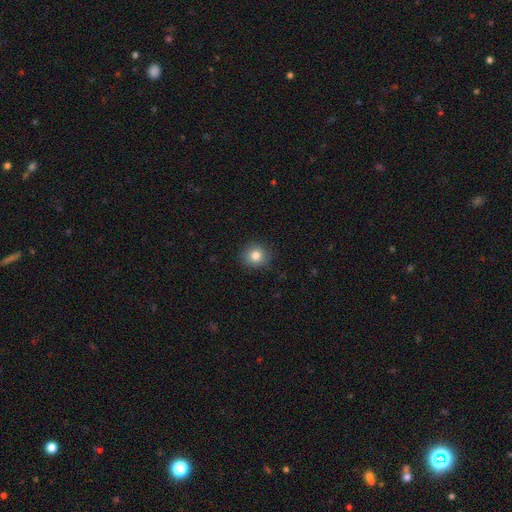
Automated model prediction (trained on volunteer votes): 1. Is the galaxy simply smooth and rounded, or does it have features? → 81% smooth, 11% star or artifact, 8% featured or disk.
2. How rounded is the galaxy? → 88% round, 11% in between, 1% cigar-shaped.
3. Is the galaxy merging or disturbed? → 90% none, 7% minor disturbance, 2% major disturbance, 1% merger.